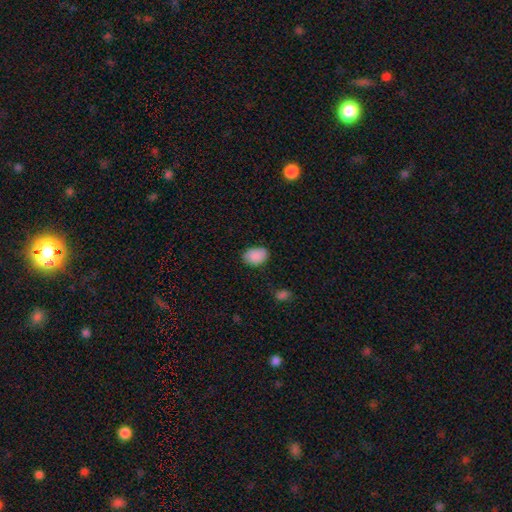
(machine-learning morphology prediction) Smooth or featured? smooth (89%)
How rounded? in between (75%)
Merging? none (79%)